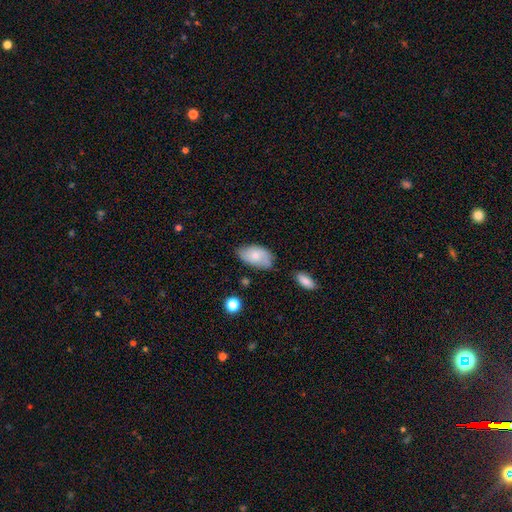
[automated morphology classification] Smooth or featured? smooth (65%)
How rounded? in between (93%)
Merging? none (62%)